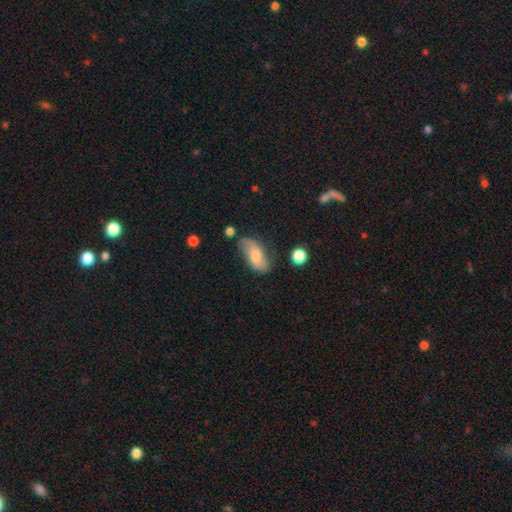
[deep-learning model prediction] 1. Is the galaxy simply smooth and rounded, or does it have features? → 46% smooth (tied), 46% featured or disk (tied), 8% star or artifact.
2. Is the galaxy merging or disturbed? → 63% none, 25% minor disturbance, 8% major disturbance, 5% merger.